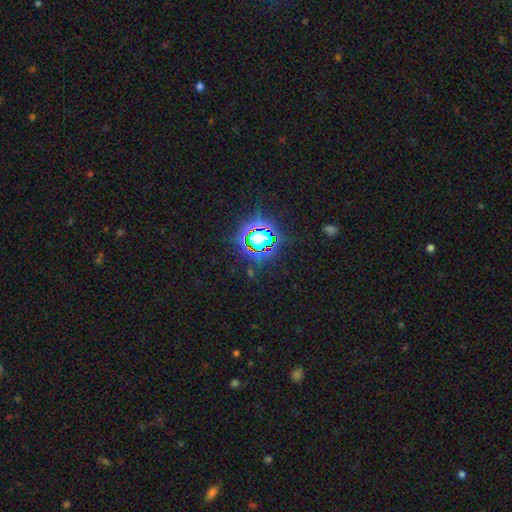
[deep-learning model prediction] This is clearly a star or artifact rather than a galaxy (83%).